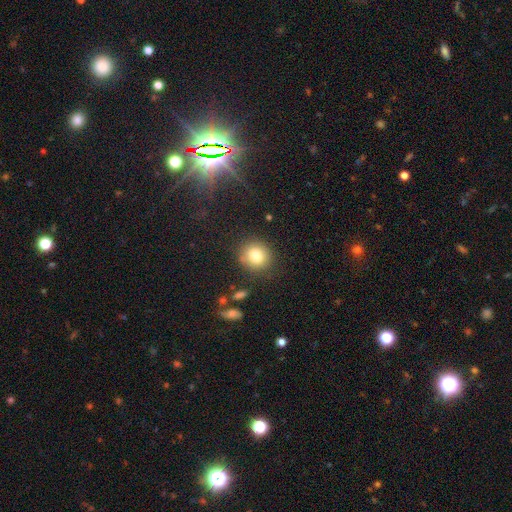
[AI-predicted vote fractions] smooth-or-featured: smooth: 80% | star or artifact: 11% | featured or disk: 9%
  how-rounded: round: 82% | in between: 17% | cigar-shaped: 1%
  merging: none: 84% | minor disturbance: 10% | major disturbance: 3% | merger: 3%